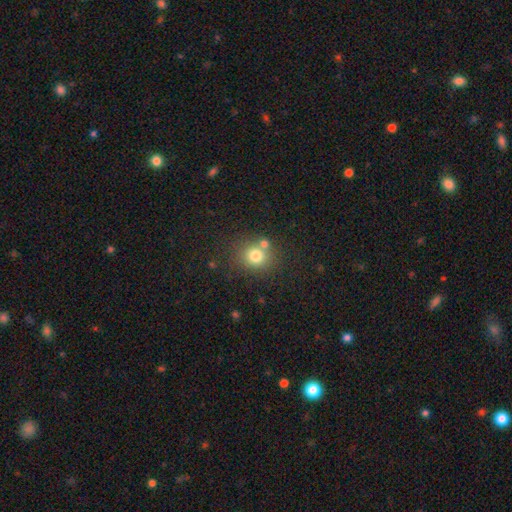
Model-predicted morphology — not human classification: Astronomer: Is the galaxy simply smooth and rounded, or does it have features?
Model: smooth — 77%.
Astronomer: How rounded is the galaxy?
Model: round — 82%.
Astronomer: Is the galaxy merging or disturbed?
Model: none — 67%.